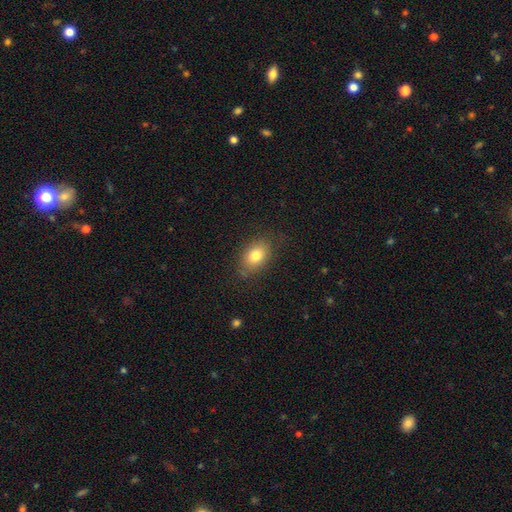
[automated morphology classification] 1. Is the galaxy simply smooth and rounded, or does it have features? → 80% smooth, 12% featured or disk, 9% star or artifact.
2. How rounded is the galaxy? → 82% in between, 16% round, 2% cigar-shaped.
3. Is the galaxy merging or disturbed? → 78% none, 16% minor disturbance, 4% major disturbance, 1% merger.